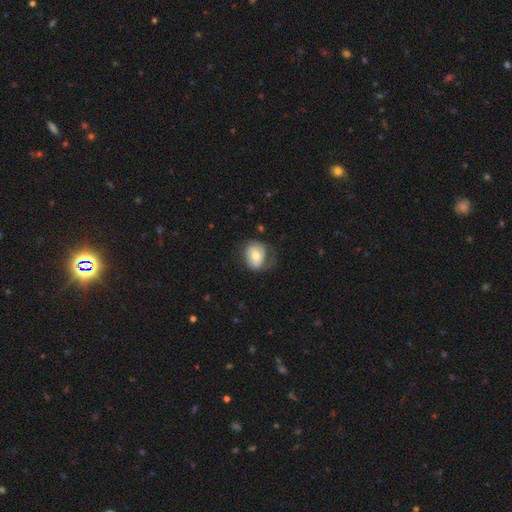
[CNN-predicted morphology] Q: Smooth or featured?
A: smooth (58%); runner-up: featured or disk (35%)
Q: How rounded?
A: round (52%); runner-up: in between (47%)
Q: Merging?
A: none (47%); runner-up: minor disturbance (29%)